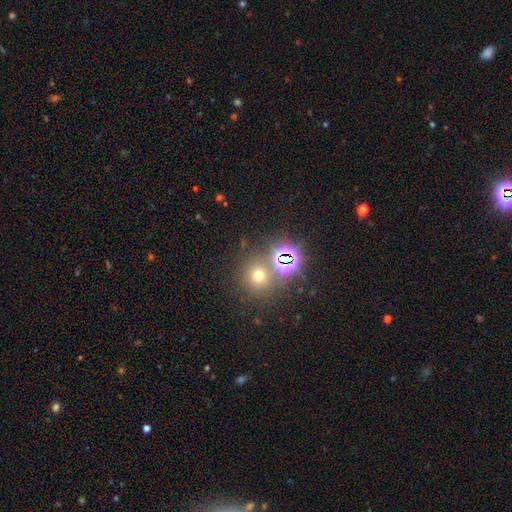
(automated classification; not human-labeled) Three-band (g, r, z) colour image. It shows a star or artifact, not a galaxy (56%).